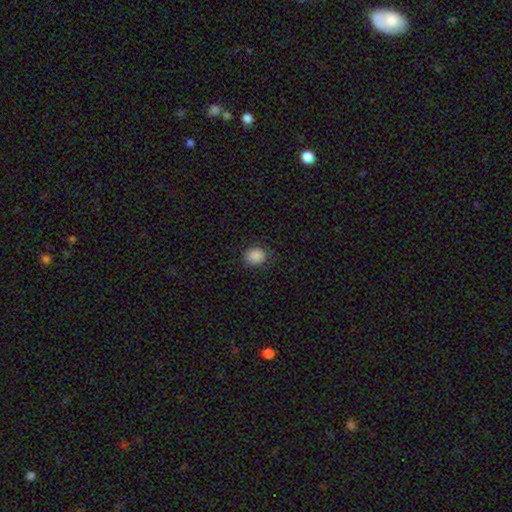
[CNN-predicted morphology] smooth 87%, star or artifact 10%, featured or disk 3%. Down the decision tree: how rounded — round (68%); merging — none (83%).